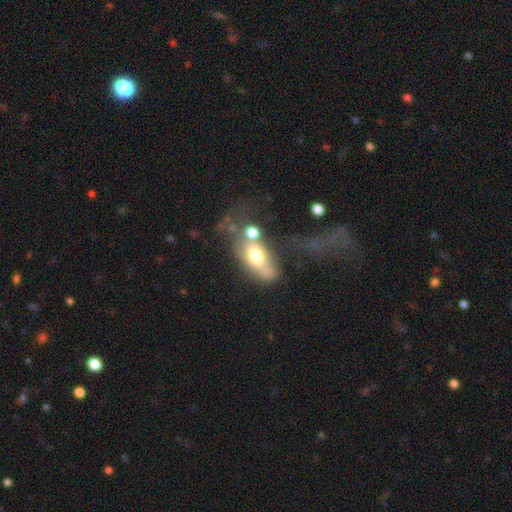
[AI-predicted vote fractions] Overall: smooth (61%; featured or disk 29%). How rounded: in between (80%). Merging: merger (29%; none 28%).